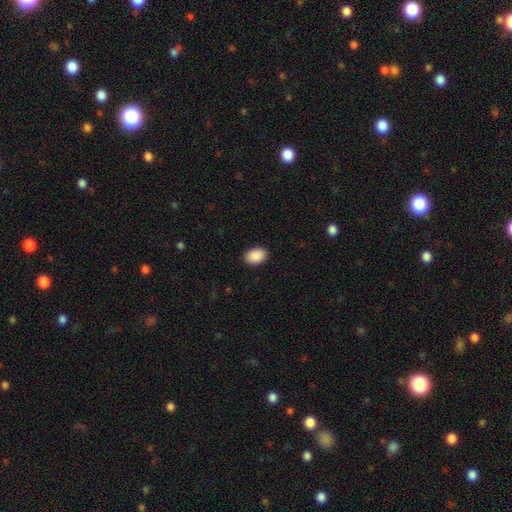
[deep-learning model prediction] Morphology: type=smooth (91%); roundness=in between (82%); merging=none (90%).